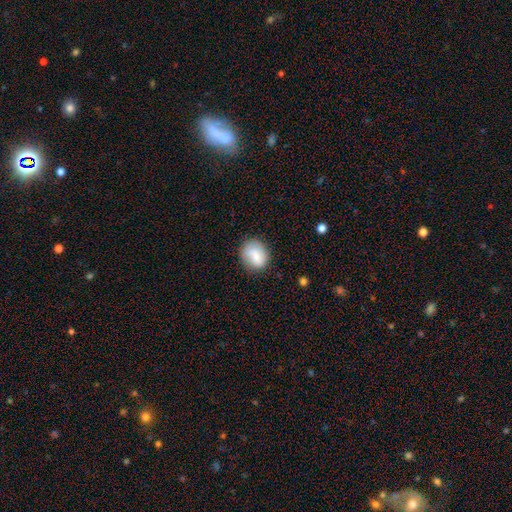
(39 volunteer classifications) smooth 72%, featured or disk 23%, star or artifact 5%. Down the decision tree: how rounded — round (57%); merging — none (81%).